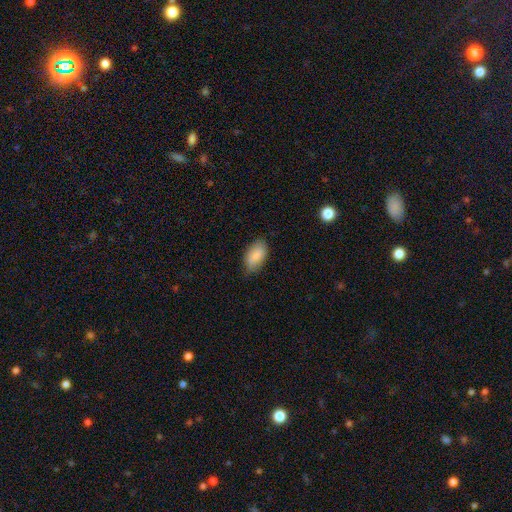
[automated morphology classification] smooth-or-featured: smooth: 86% | featured or disk: 7% | star or artifact: 6%
  how-rounded: in between: 94% | round: 3% | cigar-shaped: 3%
  merging: none: 76% | minor disturbance: 20% | major disturbance: 3% | merger: 1%